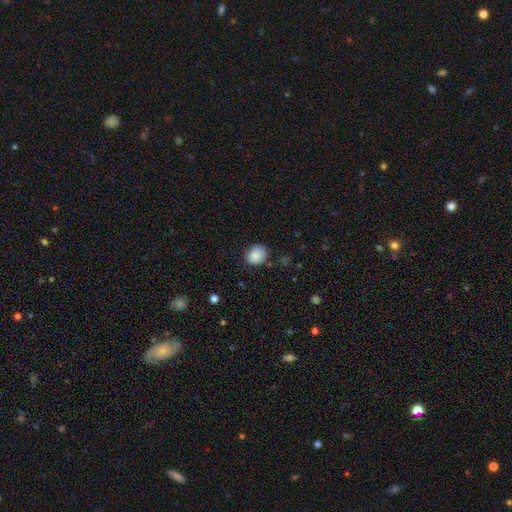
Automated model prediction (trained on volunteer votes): The model was most divided on "how rounded": round: 66%, in between: 33%, cigar-shaped: 1%. More confident: smooth or featured — smooth (87%); merging — none (74%).